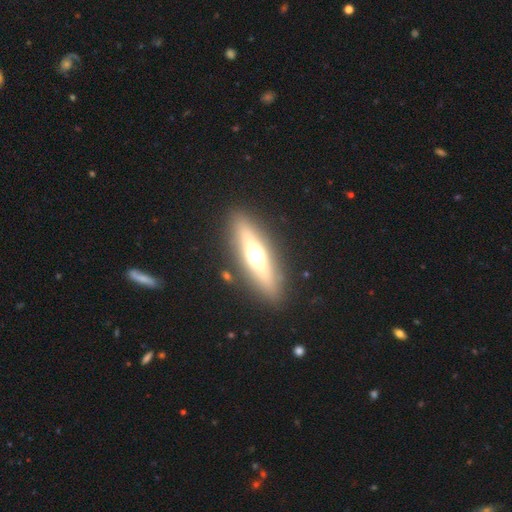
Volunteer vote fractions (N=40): smooth_or_featured: featured or disk (p=0.55) [alt: smooth p=0.40]
disk_edge_on: yes (p=0.95) [alt: no p=0.05]
edge_on_bulge: rounded (p=1.00)
merging: none (p=0.79) [alt: minor disturbance p=0.11]